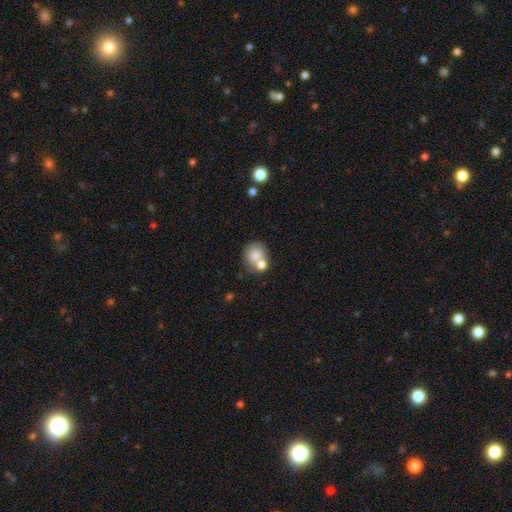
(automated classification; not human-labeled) This is likely a smooth galaxy (78%). How rounded: likely round (75%). Merging: possibly none (47%).